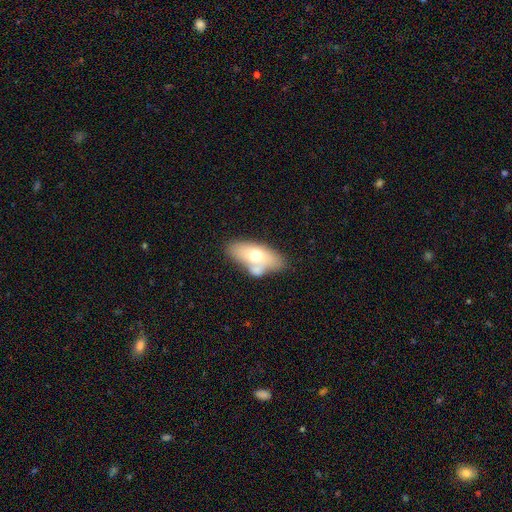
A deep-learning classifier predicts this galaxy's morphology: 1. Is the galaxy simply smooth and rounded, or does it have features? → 59% smooth, 34% featured or disk, 7% star or artifact.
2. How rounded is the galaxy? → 89% in between, 7% cigar-shaped, 5% round.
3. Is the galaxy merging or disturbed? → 36% none, 35% merger, 19% minor disturbance, 10% major disturbance.